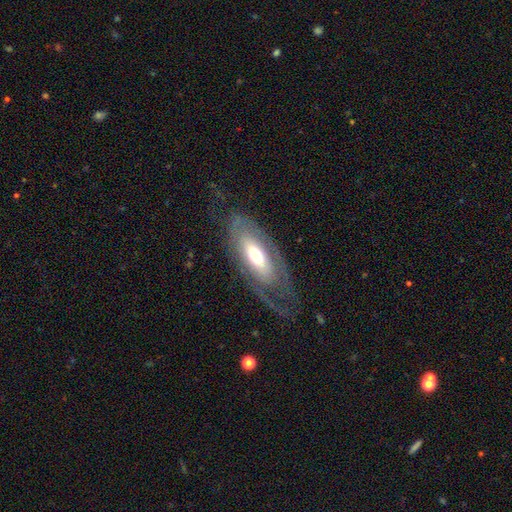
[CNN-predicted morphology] type=featured or disk (60%); edge-on=no (82%); merging=none (58%).